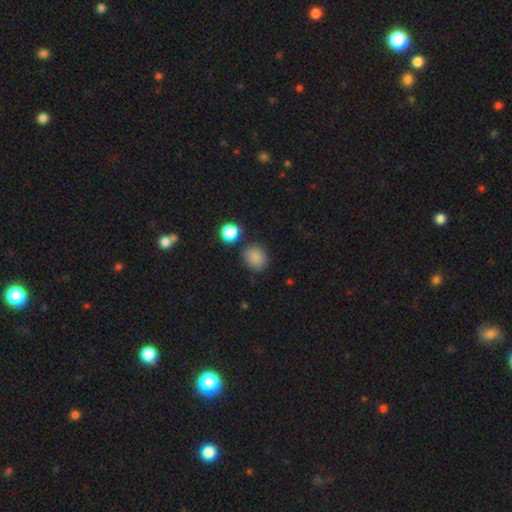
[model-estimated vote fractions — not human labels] Smooth or featured?
  - smooth: 84% *
  - star or artifact: 11%
  - featured or disk: 5%
How rounded?
  - round: 66% *
  - in between: 33%
  - cigar-shaped: 1%
Merging?
  - none: 78% *
  - minor disturbance: 13%
  - merger: 5%
  - major disturbance: 4%